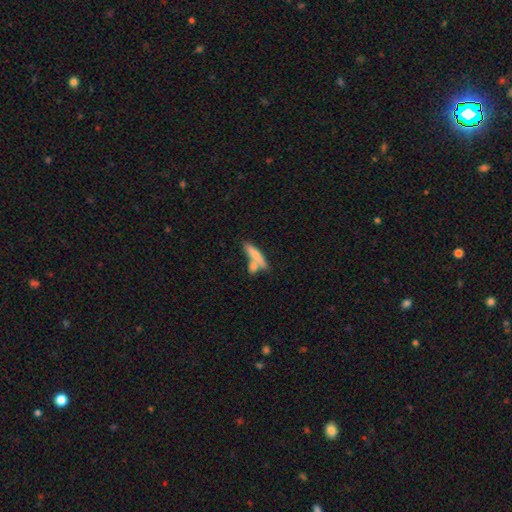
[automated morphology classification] smooth 68%, featured or disk 24%, star or artifact 7%. Down the decision tree: how rounded — cigar-shaped (74%); merging — merger (43%).